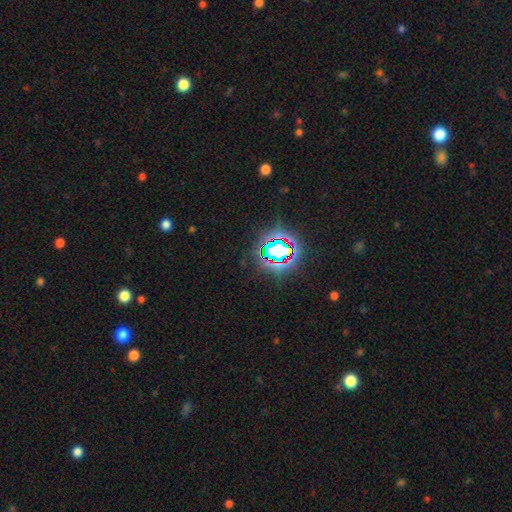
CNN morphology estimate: Smooth or featured? star or artifact (82%)